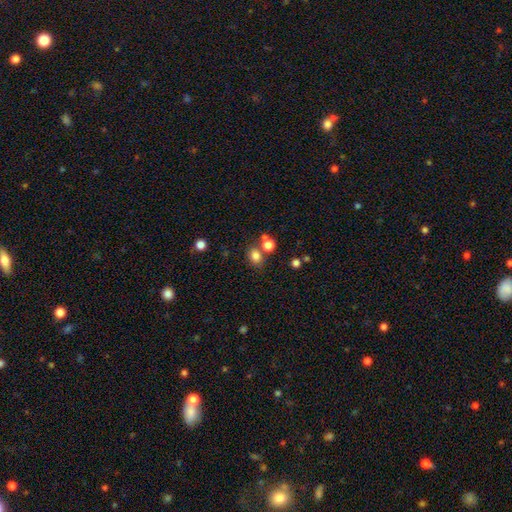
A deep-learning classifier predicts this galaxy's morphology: Smooth or featured? smooth (80%)
How rounded? round (55%)
Merging? none (66%)